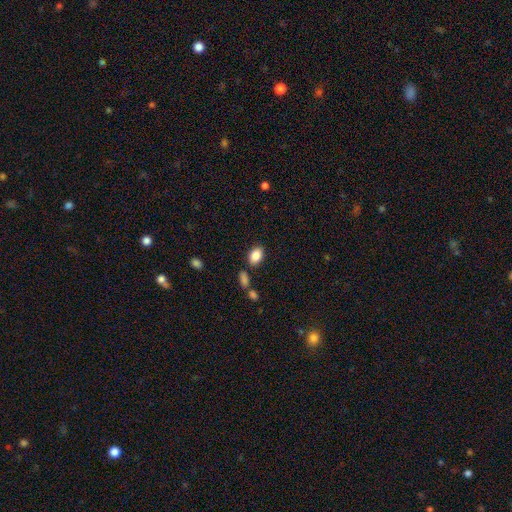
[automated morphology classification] Smooth or featured? Predicted: smooth (p=0.86). How rounded? Predicted: in between (p=0.86). Merging? Predicted: none (p=0.80).